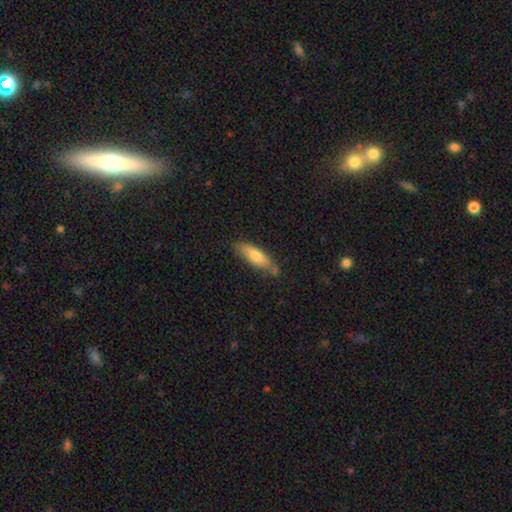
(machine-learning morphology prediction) Q: Smooth or featured?
A: smooth (71%); runner-up: featured or disk (22%)
Q: How rounded?
A: in between (51%); runner-up: cigar-shaped (47%)
Q: Merging?
A: none (69%); runner-up: minor disturbance (22%)